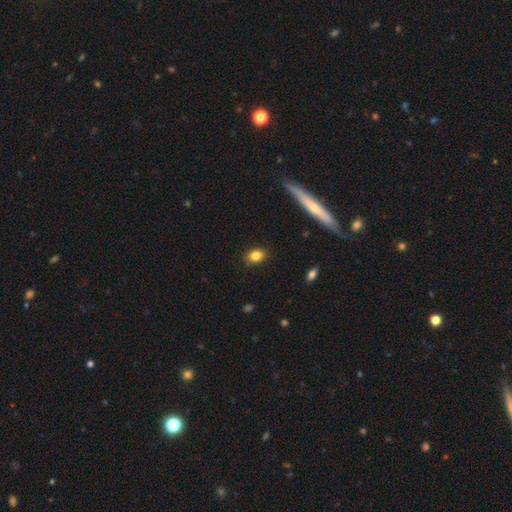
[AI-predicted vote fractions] smooth_or_featured: smooth (p=0.83) [alt: star or artifact p=0.09]
how_rounded: in between (p=0.69) [alt: round p=0.29]
merging: none (p=0.88) [alt: minor disturbance p=0.09]